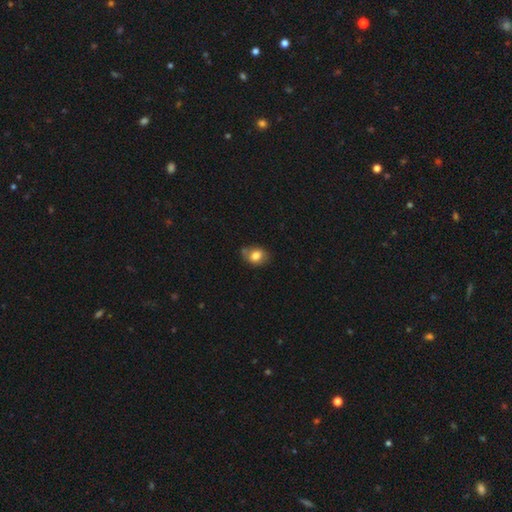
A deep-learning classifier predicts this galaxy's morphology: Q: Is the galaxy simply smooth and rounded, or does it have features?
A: smooth — 80%.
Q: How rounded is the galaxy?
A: in between — 58%.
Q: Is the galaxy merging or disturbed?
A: none — 62%.